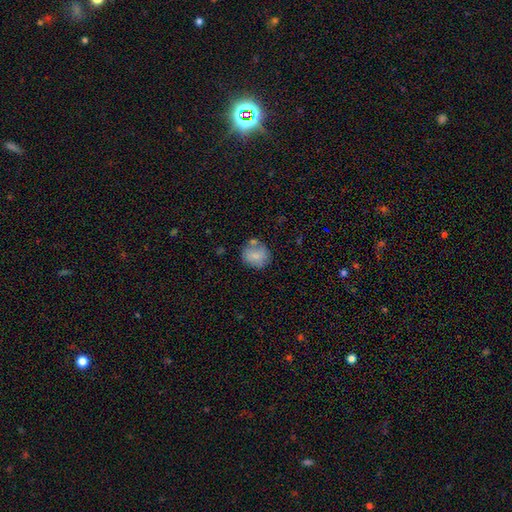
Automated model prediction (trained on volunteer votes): Smooth or featured? Predicted: smooth (p=0.77). How rounded? Predicted: round (p=0.75). Merging? Predicted: none (p=0.60).